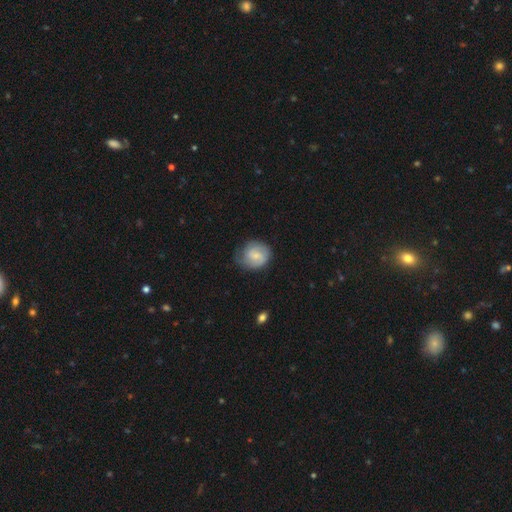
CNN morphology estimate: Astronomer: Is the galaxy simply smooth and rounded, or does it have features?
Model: featured or disk — 48% (runner-up: smooth, 45%).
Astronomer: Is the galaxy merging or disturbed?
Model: none — 62%.